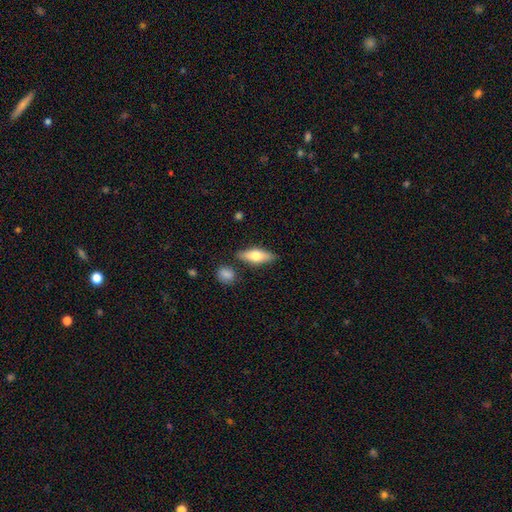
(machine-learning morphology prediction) type=smooth (59%); roundness=in between (60%); merging=none (81%).